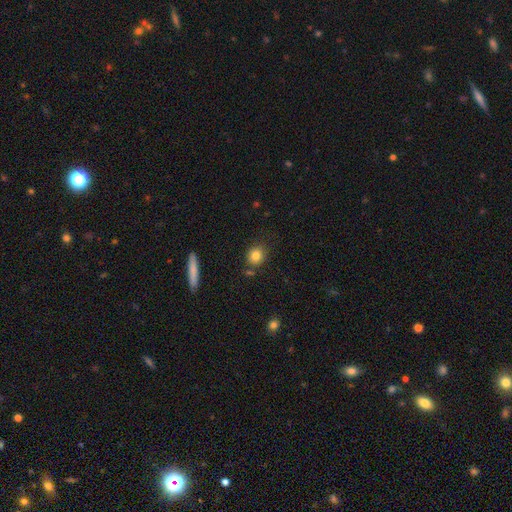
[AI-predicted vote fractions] A smooth galaxy with no disk features (83%) that is round (78%). Merging: none (78%).